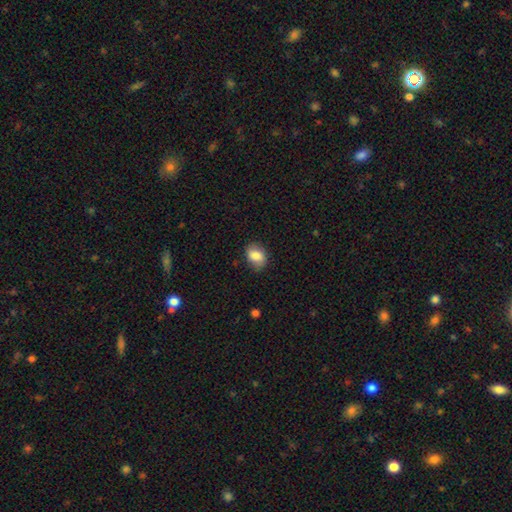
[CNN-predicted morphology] Smooth or featured?
  - smooth: 80% *
  - featured or disk: 12%
  - star or artifact: 8%
How rounded?
  - in between: 64% *
  - round: 35%
  - cigar-shaped: 1%
Merging?
  - none: 78% *
  - minor disturbance: 17%
  - major disturbance: 4%
  - merger: 1%